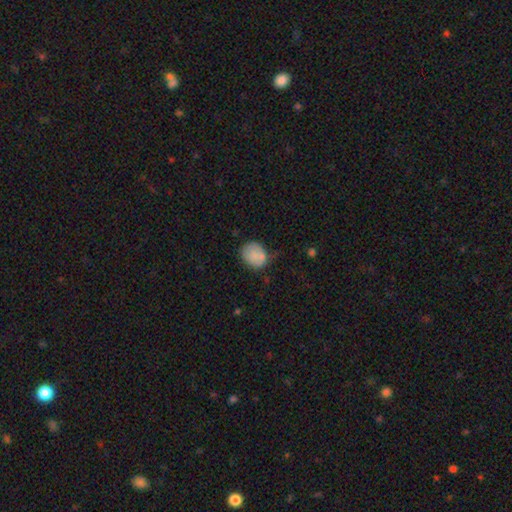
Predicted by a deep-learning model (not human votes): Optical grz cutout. It shows a smooth galaxy with no disk features (78%) that is round (60%). Merging: none (52%).